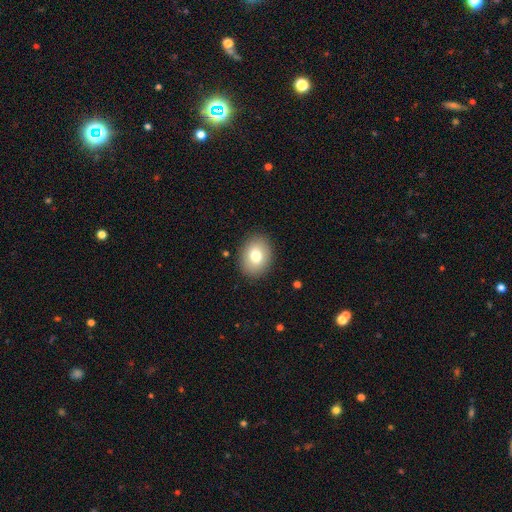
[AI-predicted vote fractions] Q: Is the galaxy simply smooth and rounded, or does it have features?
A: smooth — 77%.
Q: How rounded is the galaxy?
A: in between — 54%.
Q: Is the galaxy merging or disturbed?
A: none — 89%.